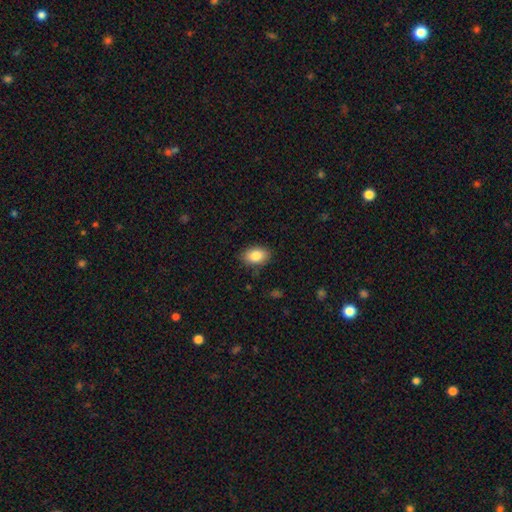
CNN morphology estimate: A smooth galaxy with no disk features (85%) that is in between round and cigar-shaped (87%). Merging: none (86%).